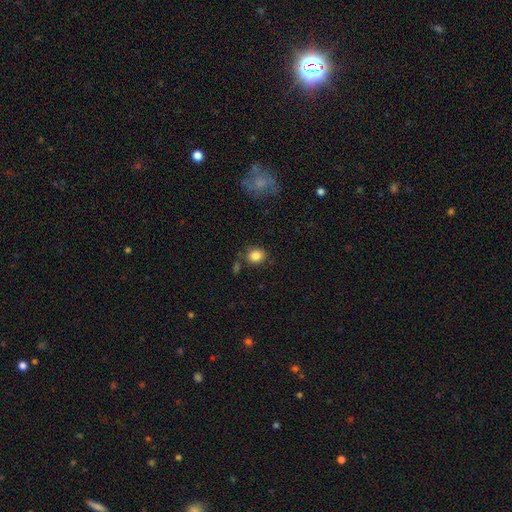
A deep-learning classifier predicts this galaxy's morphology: A smooth galaxy with no disk features (84%) that is round (65%).

Vote fractions:
- Smooth or featured? smooth: 84% / star or artifact: 10% / featured or disk: 6%
- How rounded? round: 65% / in between: 34% / cigar-shaped: 1%
- Merging? none: 77% / minor disturbance: 13% / merger: 5% / major disturbance: 4%